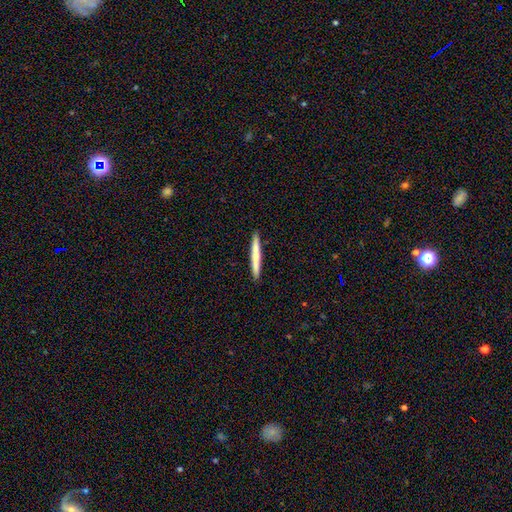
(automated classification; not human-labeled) Smooth or featured? Predicted: smooth (p=0.68). How rounded? Predicted: cigar-shaped (p=0.97). Merging? Predicted: none (p=0.93).